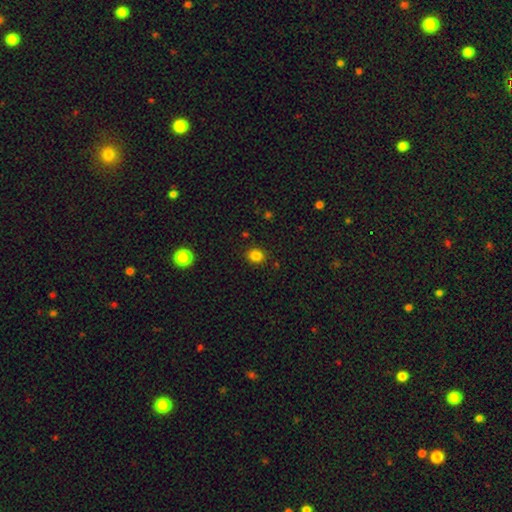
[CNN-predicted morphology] Q: Smooth or featured?
A: smooth (84%); runner-up: star or artifact (12%)
Q: How rounded?
A: round (67%); runner-up: in between (33%)
Q: Merging?
A: none (89%); runner-up: minor disturbance (8%)